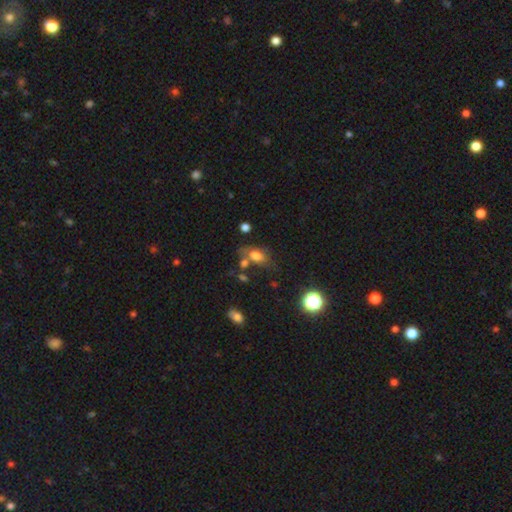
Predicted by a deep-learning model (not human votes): Smooth or featured?
  - smooth: 71% *
  - featured or disk: 16%
  - star or artifact: 13%
How rounded?
  - in between: 80% *
  - round: 17%
  - cigar-shaped: 4%
Merging?
  - none: 49% *
  - merger: 21%
  - minor disturbance: 20%
  - major disturbance: 10%